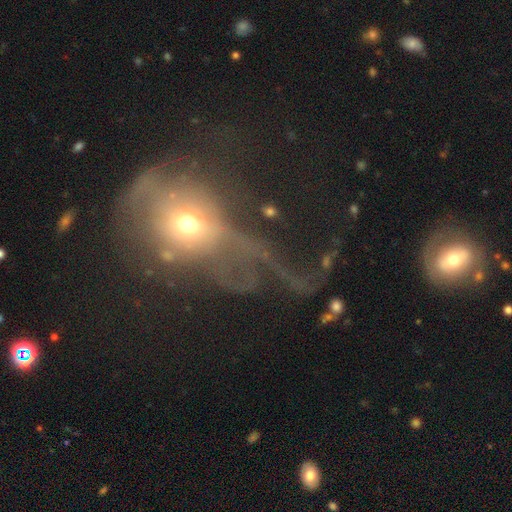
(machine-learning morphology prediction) This appears to be a featured or disk galaxy (44%). Merging: major disturbance (59%).